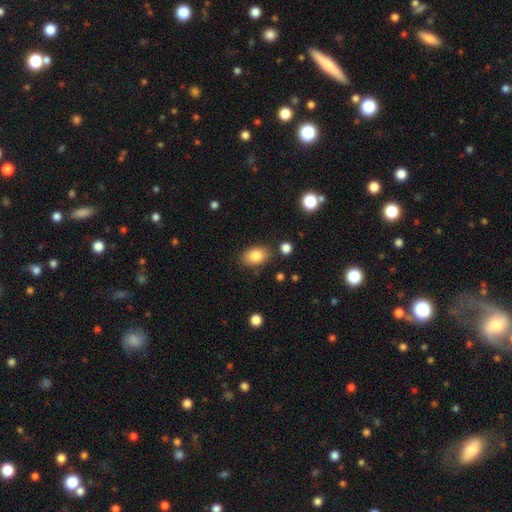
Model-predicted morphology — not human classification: smooth-or-featured: smooth: 84% | star or artifact: 8% | featured or disk: 7%
  how-rounded: in between: 84% | round: 15% | cigar-shaped: 1%
  merging: none: 82% | minor disturbance: 12% | major disturbance: 3% | merger: 3%